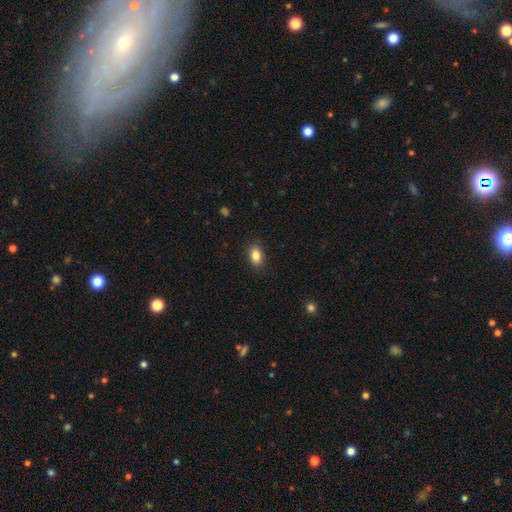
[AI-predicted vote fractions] This appears to be a smooth galaxy with no disk features (86%) that is in between round and cigar-shaped (84%). Merging: none (88%).